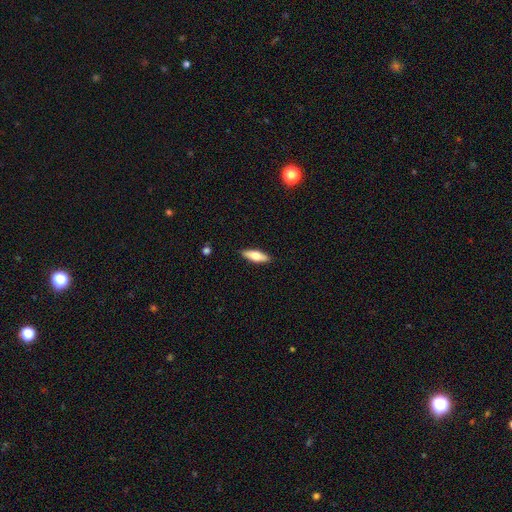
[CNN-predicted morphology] Smooth or featured? smooth (65%)
How rounded? in between (63%)
Merging? none (89%)